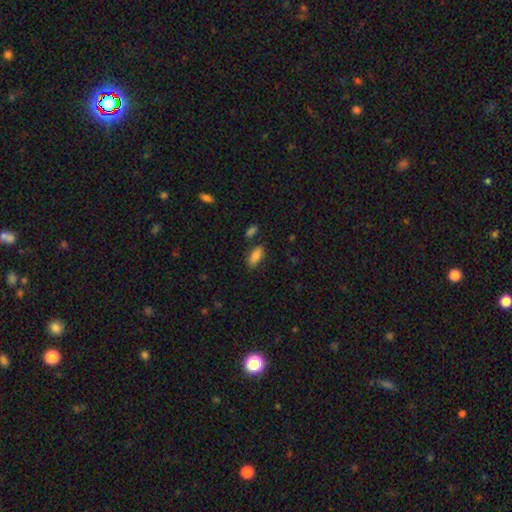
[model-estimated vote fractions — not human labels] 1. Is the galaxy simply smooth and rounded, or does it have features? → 85% smooth, 8% star or artifact, 8% featured or disk.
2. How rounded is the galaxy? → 86% in between, 11% cigar-shaped, 3% round.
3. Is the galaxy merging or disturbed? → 78% none, 14% minor disturbance, 6% merger, 3% major disturbance.